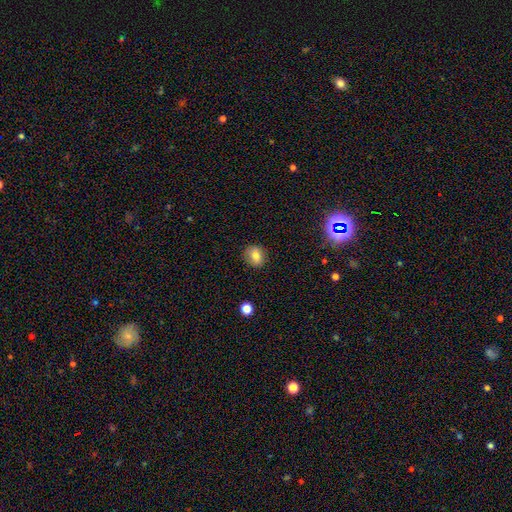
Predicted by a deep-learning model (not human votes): smooth-or-featured: smooth: 79% | featured or disk: 11% | star or artifact: 11%
  how-rounded: round: 53% | in between: 45% | cigar-shaped: 1%
  merging: none: 86% | minor disturbance: 10% | major disturbance: 3% | merger: 1%